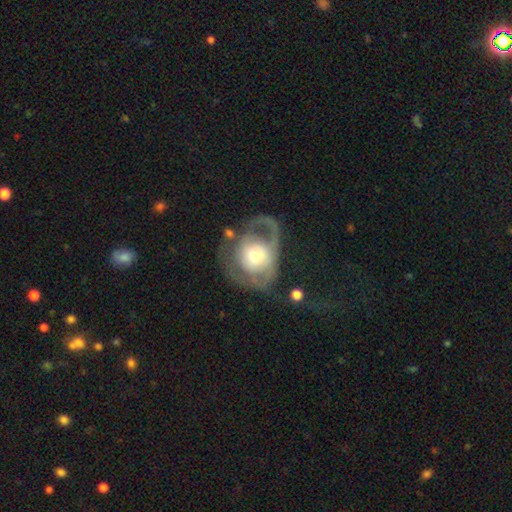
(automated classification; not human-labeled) This appears to be a featured or disk galaxy (62%) with no bar (77%), spiral arms (61%) and a moderate central bulge (59%). Merging: major disturbance (40%).